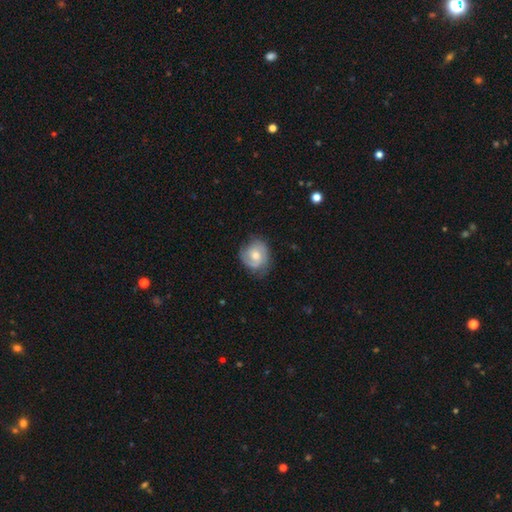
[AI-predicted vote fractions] A featured or disk galaxy (56%) with no bar (65%), spiral arms (83%) and a moderate central bulge (67%).

Vote fractions:
- Smooth or featured? featured or disk: 56% / smooth: 38% / star or artifact: 7%
- Edge-on disk? no: 97% / yes: 3%
- Bar? no: 65% / weak: 30% / strong: 5%
- Spiral arms? yes: 83% / no: 17%
- Bulge size? moderate: 67% / small: 24% / large: 6% / none: 2% / dominant: 1%
- Merging? none: 66% / minor disturbance: 24% / major disturbance: 8% / merger: 1%